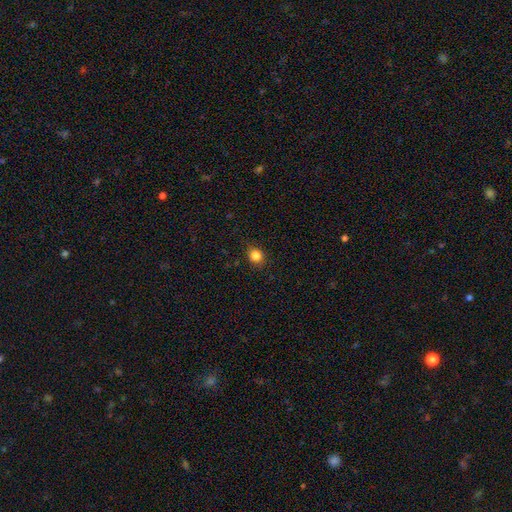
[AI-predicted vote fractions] smooth-or-featured: smooth: 84% | star or artifact: 12% | featured or disk: 5%
  how-rounded: round: 76% | in between: 23% | cigar-shaped: 1%
  merging: none: 85% | minor disturbance: 12% | major disturbance: 3% | merger: 1%